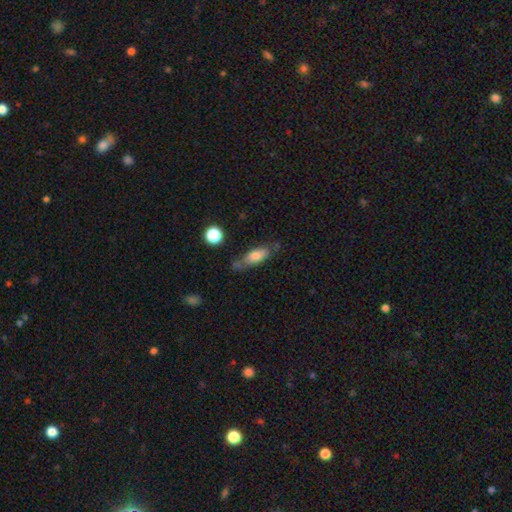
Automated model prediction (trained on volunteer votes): Smooth or featured?
  - smooth: 68% *
  - featured or disk: 23%
  - star or artifact: 8%
How rounded?
  - in between: 69% *
  - cigar-shaped: 26%
  - round: 4%
Merging?
  - none: 50% *
  - minor disturbance: 29%
  - major disturbance: 13%
  - merger: 9%